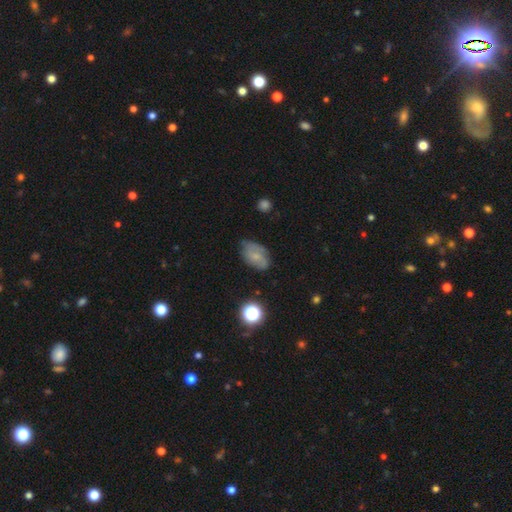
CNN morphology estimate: Smooth or featured: smooth — 53% (featured or disk — 36%)
How rounded: in between — 86% (round — 12%)
Merging: none — 59% (minor disturbance — 30%)